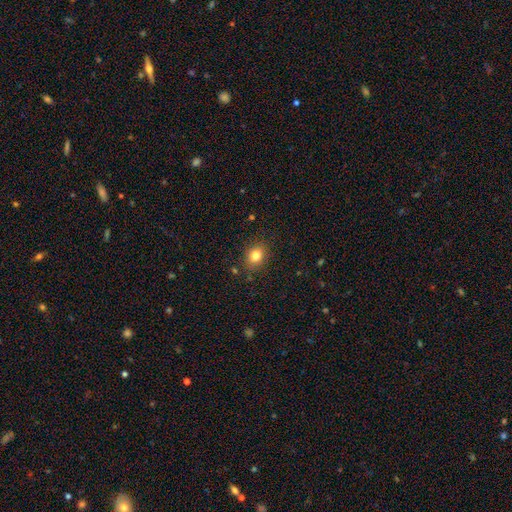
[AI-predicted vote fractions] The model was most divided on "how rounded": round: 54%, in between: 45%, cigar-shaped: 1%. More confident: merging — none (86%); smooth or featured — smooth (81%).